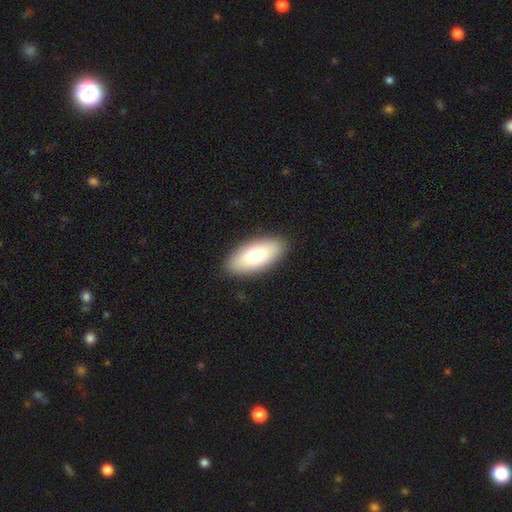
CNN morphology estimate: smooth-or-featured: smooth: 77% | featured or disk: 16% | star or artifact: 6%
  how-rounded: in between: 89% | cigar-shaped: 8% | round: 2%
  merging: none: 89% | minor disturbance: 8% | major disturbance: 2% | merger: 1%